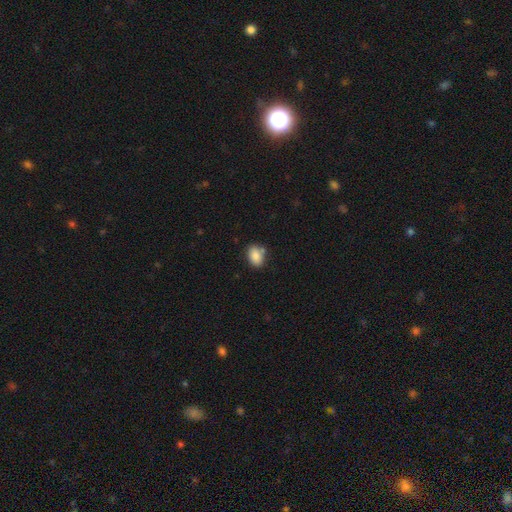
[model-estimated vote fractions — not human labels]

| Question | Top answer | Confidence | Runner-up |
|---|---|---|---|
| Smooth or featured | smooth | 86% | star or artifact (8%) |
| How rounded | in between | 78% | round (21%) |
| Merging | none | 71% | minor disturbance (17%) |